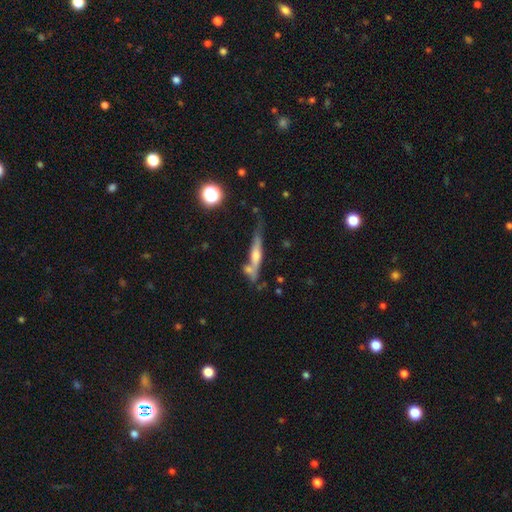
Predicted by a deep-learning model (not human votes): The model was most divided on "smooth or featured": featured or disk: 57%, smooth: 35%, star or artifact: 9%. More confident: edge-on disk — yes (89%); edge-on bulge — rounded (75%); merging — none (52%).